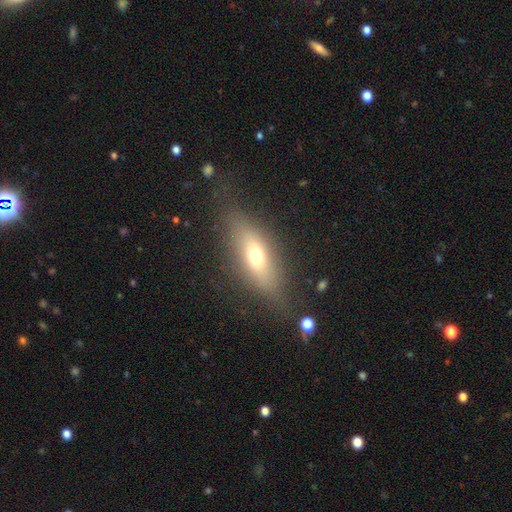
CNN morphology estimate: This is possibly a smooth galaxy (59%). How rounded: possibly in between (60%). Merging: likely none (74%).